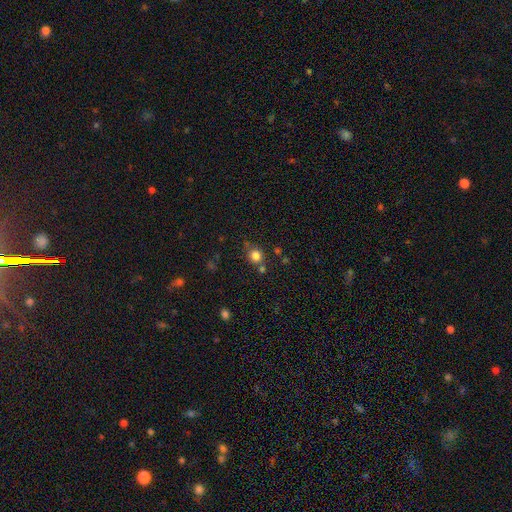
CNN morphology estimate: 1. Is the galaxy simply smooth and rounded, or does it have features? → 81% smooth, 13% star or artifact, 6% featured or disk.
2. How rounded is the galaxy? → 85% round, 14% in between, 1% cigar-shaped.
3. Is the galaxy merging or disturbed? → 72% none, 12% minor disturbance, 12% merger, 4% major disturbance.